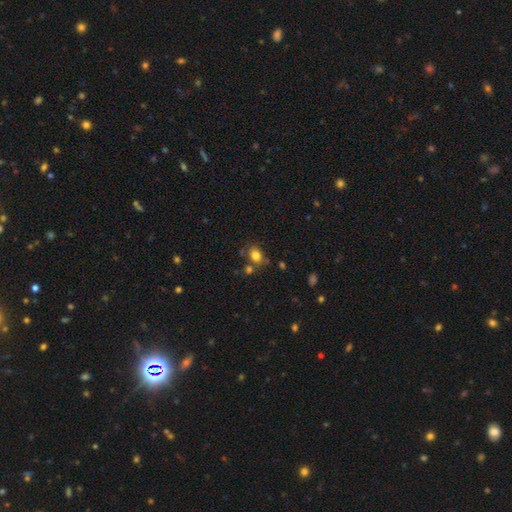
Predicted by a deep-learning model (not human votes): Smooth or featured?
  - smooth: 80% *
  - star or artifact: 11%
  - featured or disk: 8%
How rounded?
  - in between: 60% *
  - round: 39%
  - cigar-shaped: 1%
Merging?
  - none: 64% *
  - minor disturbance: 17%
  - merger: 13%
  - major disturbance: 6%